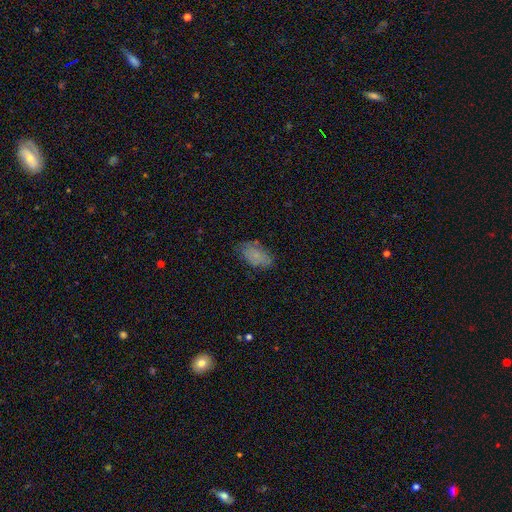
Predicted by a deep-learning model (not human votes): This appears to be a smooth galaxy with no disk features (74%) that is in between round and cigar-shaped (92%). Merging: none (71%).